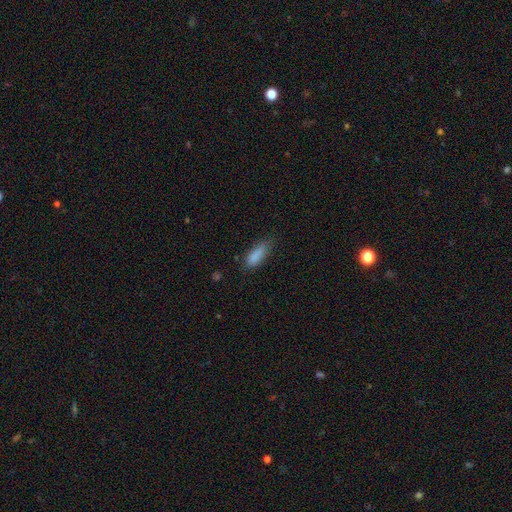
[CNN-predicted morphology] This is clearly a smooth galaxy (85%). How rounded: likely in between (64%). Merging: possibly none (60%).